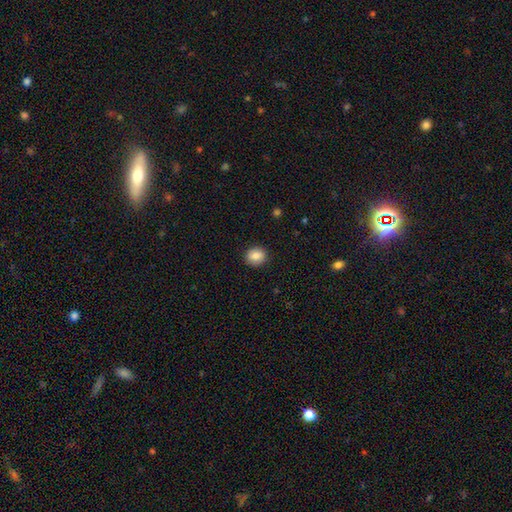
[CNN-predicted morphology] Smooth or featured? Predicted: smooth (p=0.86). How rounded? Predicted: round (p=0.72). Merging? Predicted: none (p=0.90).